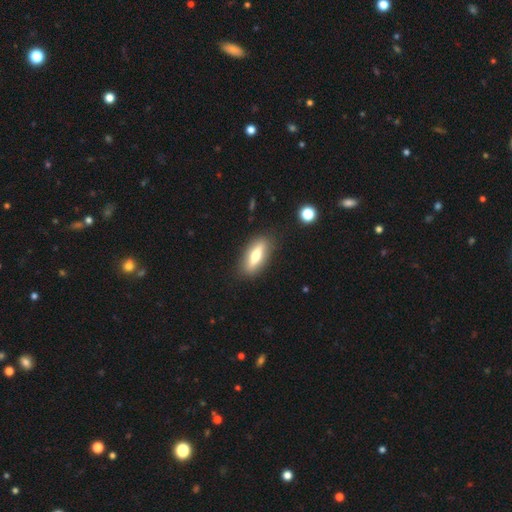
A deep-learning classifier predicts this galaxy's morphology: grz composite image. It shows a smooth galaxy with no disk features (54%) that is in between round and cigar-shaped (58%). Merging: none (87%).